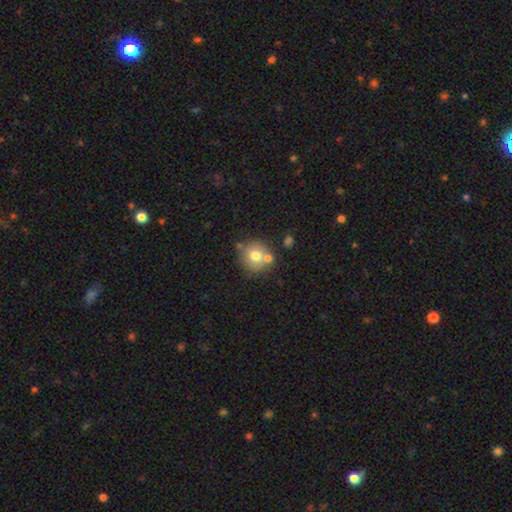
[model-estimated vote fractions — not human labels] Smooth or featured? smooth (72%)
How rounded? round (88%)
Merging? none (64%)